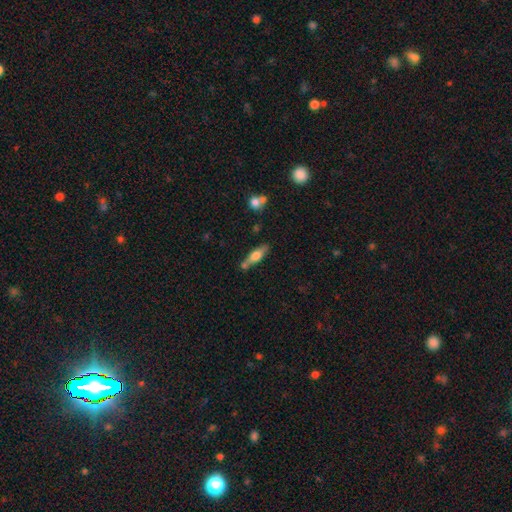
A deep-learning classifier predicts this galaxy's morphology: Q: Smooth or featured?
A: smooth (54%); runner-up: featured or disk (40%)
Q: How rounded?
A: cigar-shaped (57%); runner-up: in between (40%)
Q: Merging?
A: none (65%); runner-up: minor disturbance (16%)